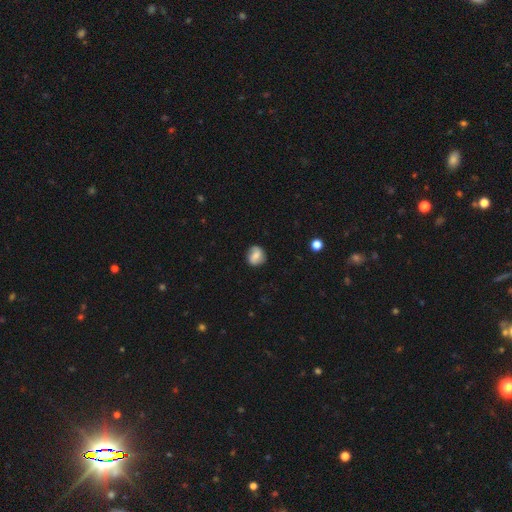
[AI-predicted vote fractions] This appears to be a smooth galaxy with no disk features (64%) that is round (74%). Merging: none (79%).